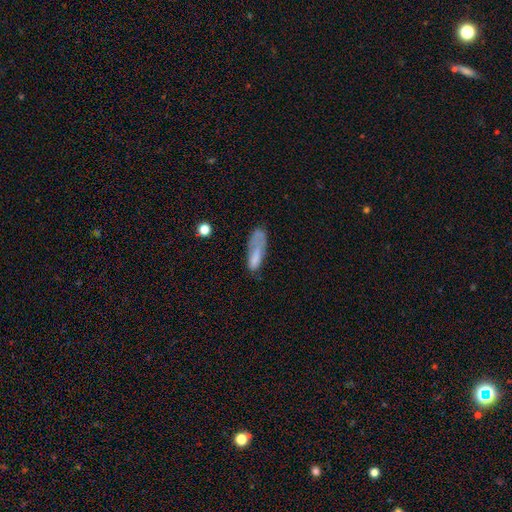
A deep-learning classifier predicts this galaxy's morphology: smooth-or-featured: smooth: 66% | featured or disk: 25% | star or artifact: 9%
  how-rounded: in between: 52% | cigar-shaped: 46% | round: 2%
  merging: none: 35% | minor disturbance: 30% | major disturbance: 29% | merger: 6%